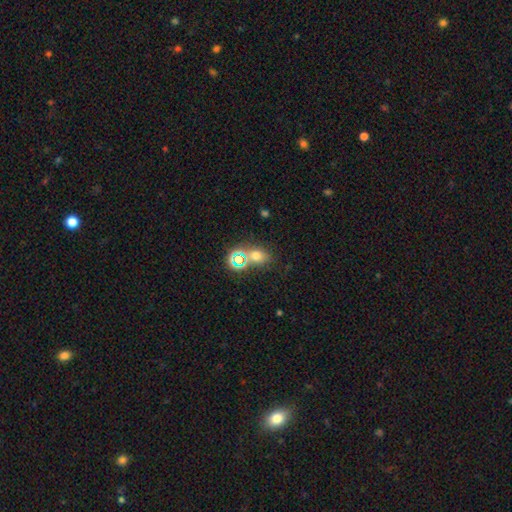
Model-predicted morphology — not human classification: The model was most divided on "how rounded": in between: 51%, round: 47%, cigar-shaped: 2%. More confident: merging — none (68%); smooth or featured — smooth (59%).